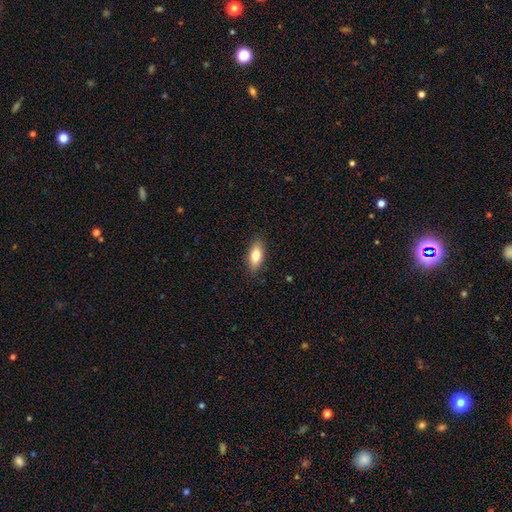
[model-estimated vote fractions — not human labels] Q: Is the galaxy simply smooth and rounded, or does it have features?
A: smooth — 80%.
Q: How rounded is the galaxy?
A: in between — 82%.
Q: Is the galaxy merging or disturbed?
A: none — 87%.